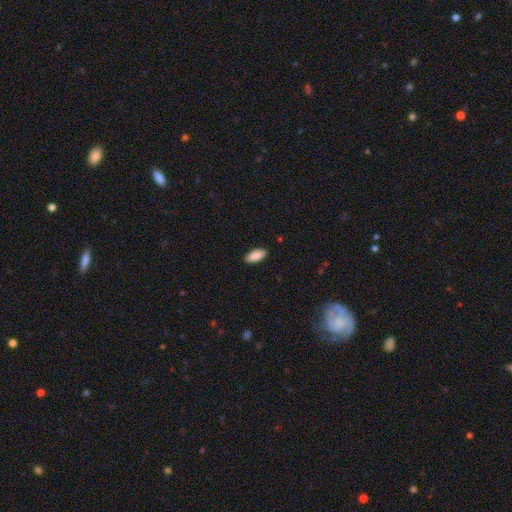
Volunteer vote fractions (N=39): Q: Smooth or featured?
A: smooth (79%); runner-up: featured or disk (10%)
Q: How rounded?
A: in between (90%); runner-up: cigar-shaped (10%)
Q: Merging?
A: none (91%); runner-up: major disturbance (6%)